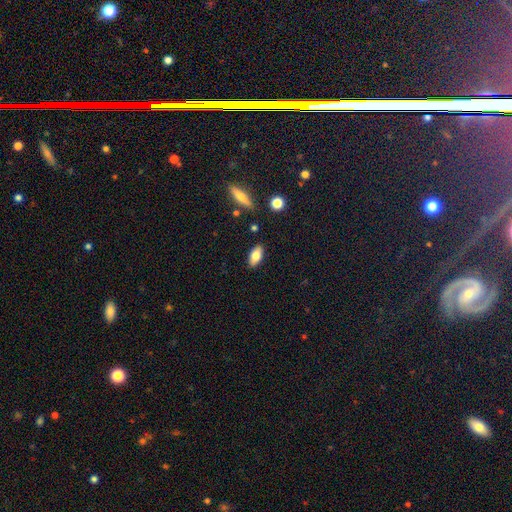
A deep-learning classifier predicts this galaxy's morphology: This appears to be a smooth galaxy with no disk features (75%) that is in between round and cigar-shaped (87%). Merging: none (86%).